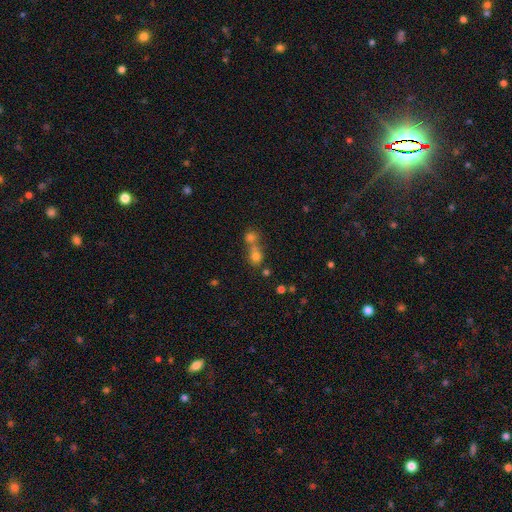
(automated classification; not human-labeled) A smooth galaxy with no disk features (70%) that is round (81%). Merging: merger (51%).